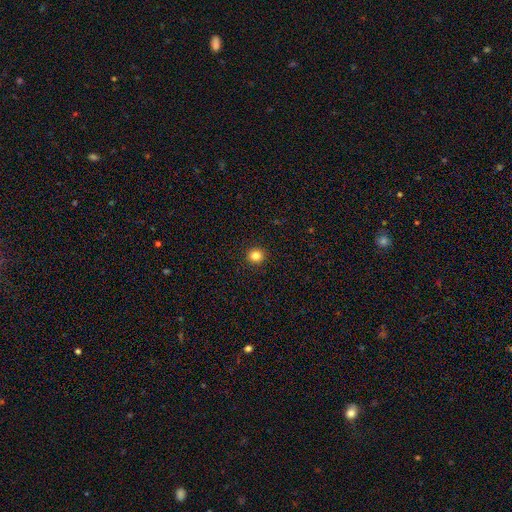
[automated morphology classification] Smooth or featured?
  - smooth: 83% *
  - star or artifact: 12%
  - featured or disk: 5%
How rounded?
  - round: 93% *
  - in between: 6%
  - cigar-shaped: 1%
Merging?
  - none: 93% *
  - minor disturbance: 4%
  - major disturbance: 1%
  - merger: 1%